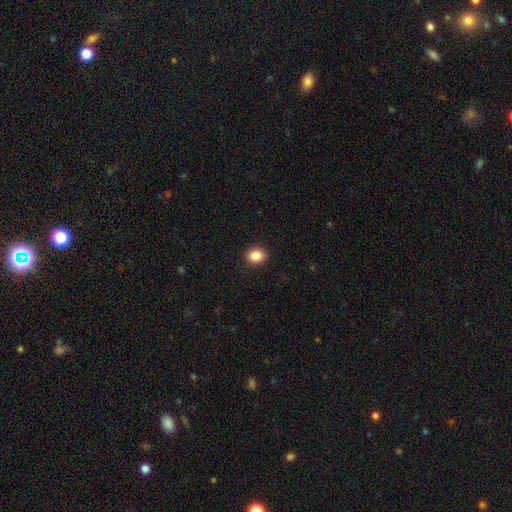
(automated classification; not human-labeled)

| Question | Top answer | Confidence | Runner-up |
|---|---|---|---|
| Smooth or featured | smooth | 87% | star or artifact (9%) |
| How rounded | round | 53% | in between (46%) |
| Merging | none | 91% | minor disturbance (6%) |